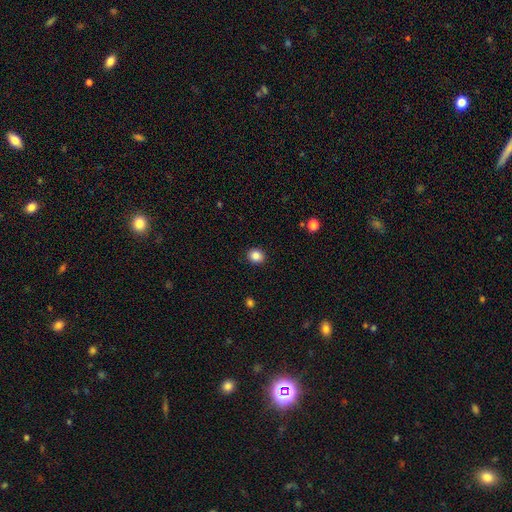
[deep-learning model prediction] Smooth or featured? smooth (86%)
How rounded? round (72%)
Merging? none (91%)